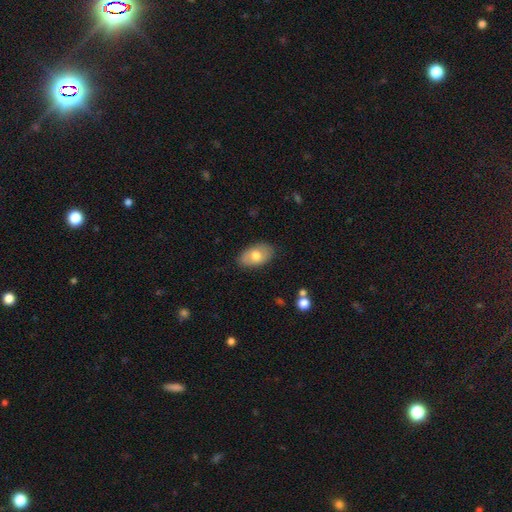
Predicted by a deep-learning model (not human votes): A smooth galaxy with no disk features (71%) that is in between round and cigar-shaped (92%).

Vote fractions:
- Smooth or featured? smooth: 71% / featured or disk: 23% / star or artifact: 6%
- How rounded? in between: 92% / round: 7% / cigar-shaped: 1%
- Merging? none: 83% / minor disturbance: 13% / major disturbance: 3% / merger: 1%